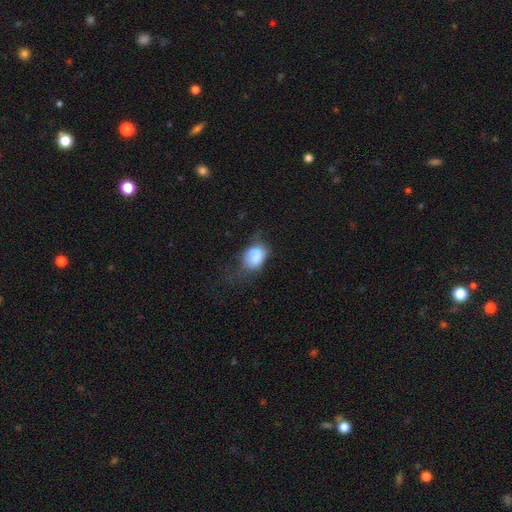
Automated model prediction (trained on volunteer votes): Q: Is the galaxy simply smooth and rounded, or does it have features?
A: smooth — 67%.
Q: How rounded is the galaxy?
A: in between — 68%.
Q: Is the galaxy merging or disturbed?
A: minor disturbance — 30%, tied with none.